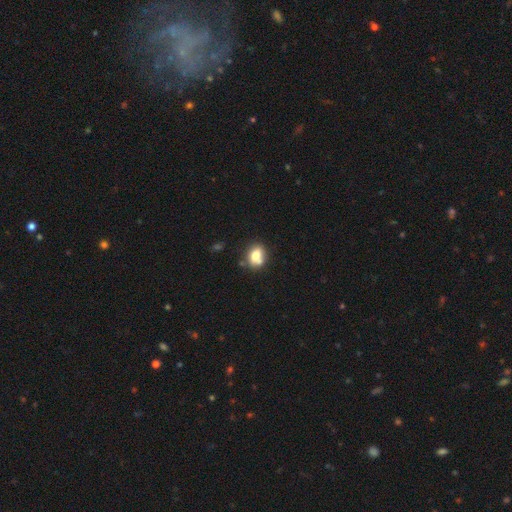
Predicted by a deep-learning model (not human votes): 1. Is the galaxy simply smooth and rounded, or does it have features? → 73% smooth, 17% featured or disk, 10% star or artifact.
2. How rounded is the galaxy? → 53% in between, 46% round, 1% cigar-shaped.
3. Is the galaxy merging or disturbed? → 55% none, 23% merger, 17% minor disturbance, 5% major disturbance.